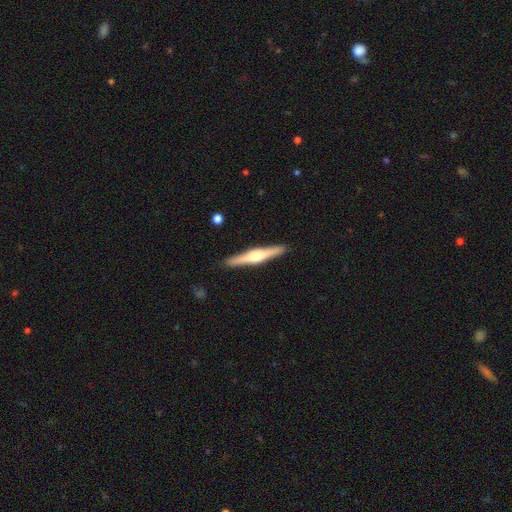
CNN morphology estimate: featured or disk 68%, smooth 27%, star or artifact 5%. Down the decision tree: edge-on disk — yes (98%); edge-on bulge — rounded (86%); merging — none (91%).